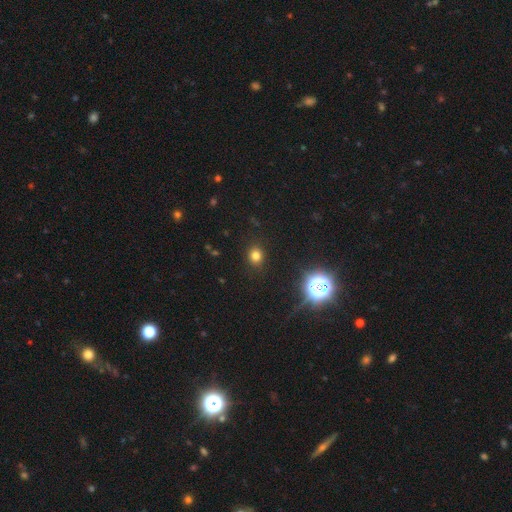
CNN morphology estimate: The model was most divided on "how rounded": round: 73%, in between: 26%, cigar-shaped: 1%. More confident: merging — none (88%); smooth or featured — smooth (77%).